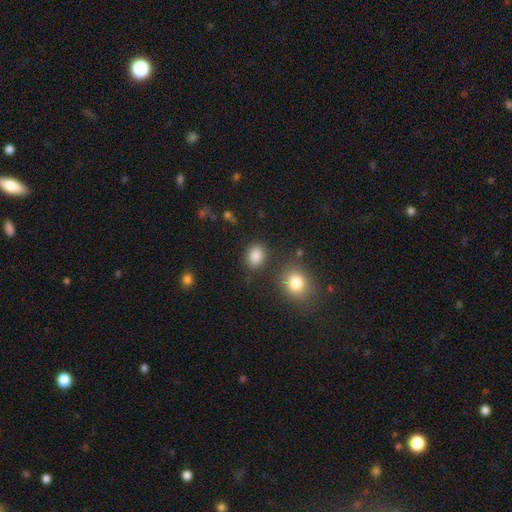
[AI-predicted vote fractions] Smooth or featured: smooth — 86% (star or artifact — 10%)
How rounded: in between — 61% (round — 38%)
Merging: none — 80% (minor disturbance — 11%)